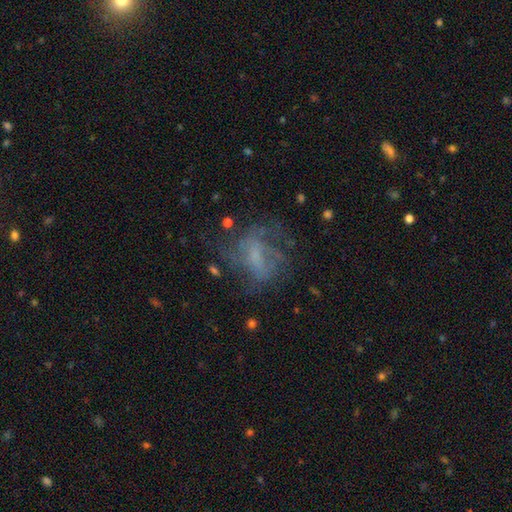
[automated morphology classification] This appears to be a featured or disk galaxy (58%) with no bar (51%), spiral arms (57%) and a small central bulge (37%). Merging: none (47%).